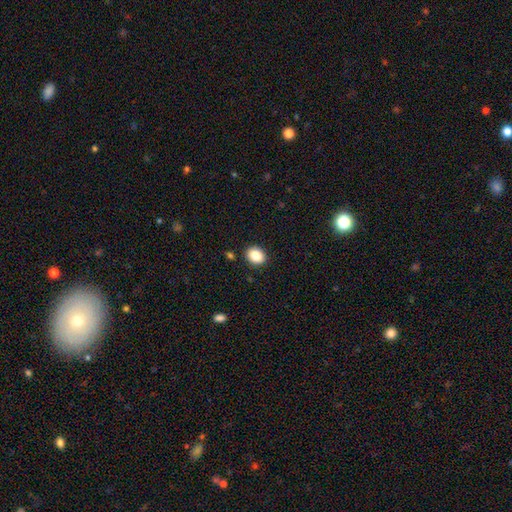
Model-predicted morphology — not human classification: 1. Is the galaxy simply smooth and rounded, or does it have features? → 86% smooth, 9% star or artifact, 5% featured or disk.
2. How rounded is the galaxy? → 52% in between, 48% round, 1% cigar-shaped.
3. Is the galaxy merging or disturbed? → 90% none, 7% minor disturbance, 2% major disturbance, 2% merger.